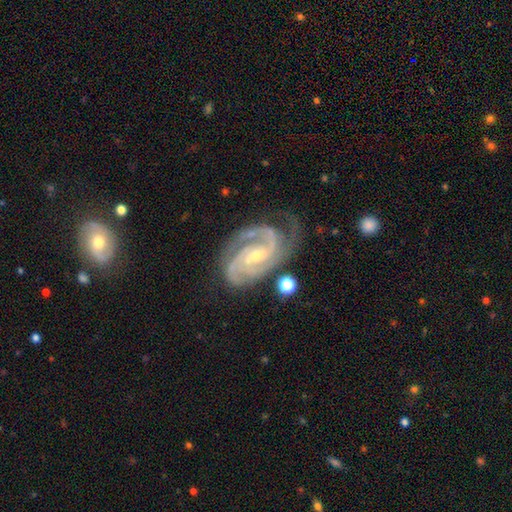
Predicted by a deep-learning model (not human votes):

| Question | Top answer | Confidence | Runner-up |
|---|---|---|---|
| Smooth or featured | featured or disk | 93% | star or artifact (5%) |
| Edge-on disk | no | 97% | yes (3%) |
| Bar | no | 40% | weak (39%) |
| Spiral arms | yes | 99% | no (1%) |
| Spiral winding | tight | 54% | medium (41%) |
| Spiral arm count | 3 | 42% | 2 (34%) |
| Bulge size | small | 68% | moderate (29%) |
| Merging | none | 66% | minor disturbance (22%) |